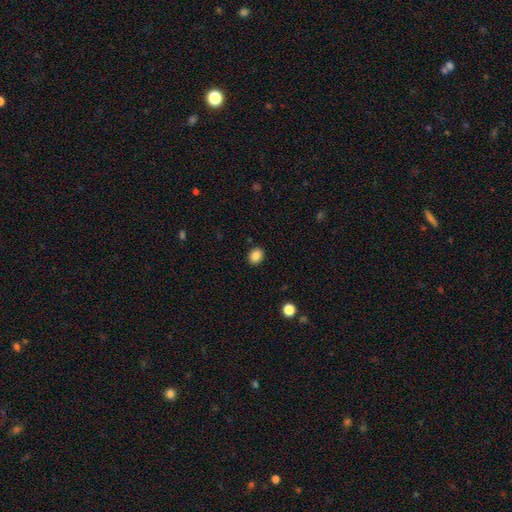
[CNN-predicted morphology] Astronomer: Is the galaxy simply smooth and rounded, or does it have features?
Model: smooth — 85%.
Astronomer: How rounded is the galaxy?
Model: round — 57% (runner-up: in between, 42%).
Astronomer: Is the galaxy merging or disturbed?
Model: none — 90%.